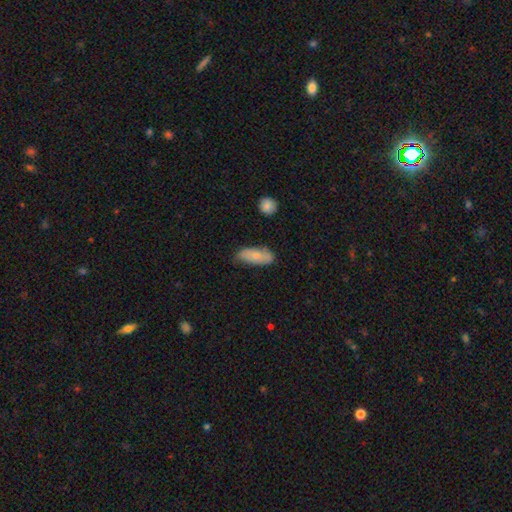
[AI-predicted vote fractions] This is likely a smooth galaxy (70%). How rounded: clearly in between (83%). Merging: likely none (63%).